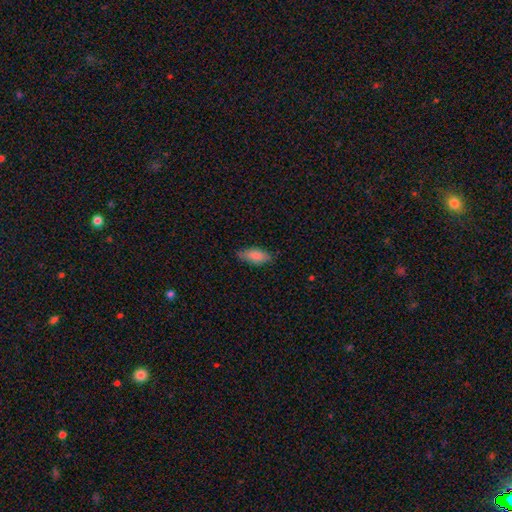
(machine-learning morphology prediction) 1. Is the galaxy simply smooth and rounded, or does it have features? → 85% smooth, 8% featured or disk, 6% star or artifact.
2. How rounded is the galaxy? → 82% in between, 16% cigar-shaped, 2% round.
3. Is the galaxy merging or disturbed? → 77% none, 18% minor disturbance, 3% major disturbance, 1% merger.